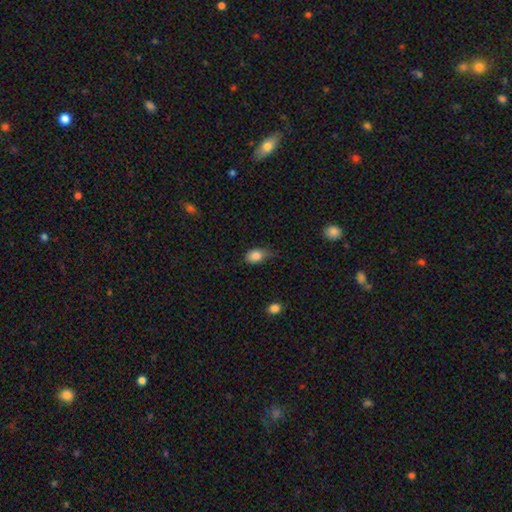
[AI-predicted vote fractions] Smooth or featured: smooth — 85% (star or artifact — 9%)
How rounded: in between — 80% (round — 18%)
Merging: none — 49% (minor disturbance — 38%)